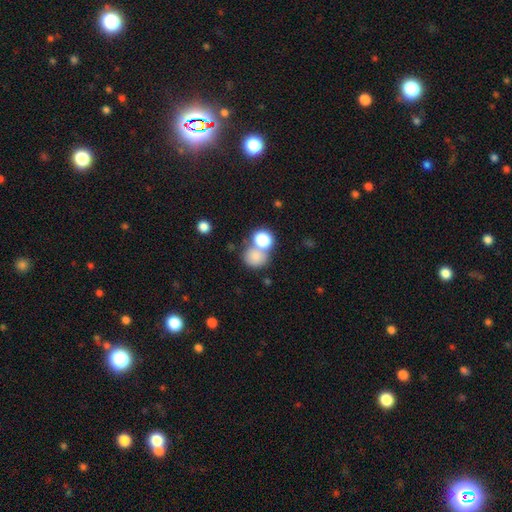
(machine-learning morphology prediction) Smooth or featured? Predicted: smooth (p=0.76). How rounded? Predicted: round (p=0.77). Merging? Predicted: none (p=0.48).